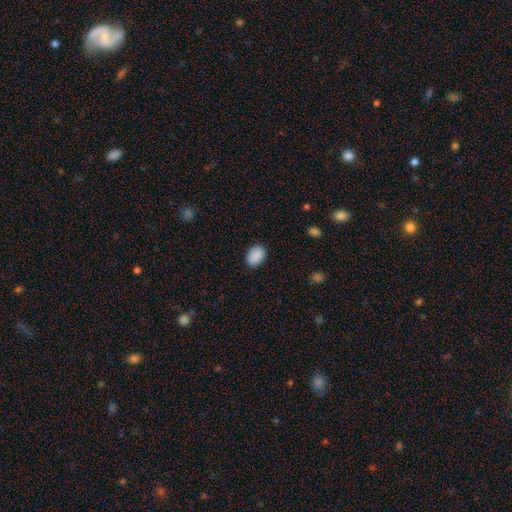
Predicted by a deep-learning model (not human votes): This appears to be a smooth galaxy with no disk features (90%) that is in between round and cigar-shaped (81%). Merging: none (88%).